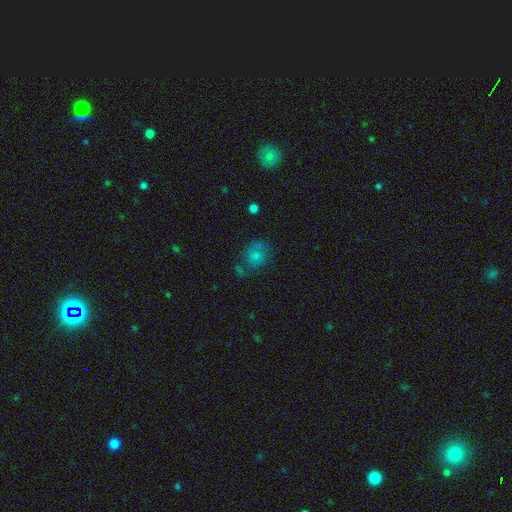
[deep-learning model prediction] smooth-or-featured: smooth: 52% | featured or disk: 26% | star or artifact: 22%
  how-rounded: round: 54% | in between: 44% | cigar-shaped: 1%
  merging: none: 59% | minor disturbance: 21% | major disturbance: 12% | merger: 8%